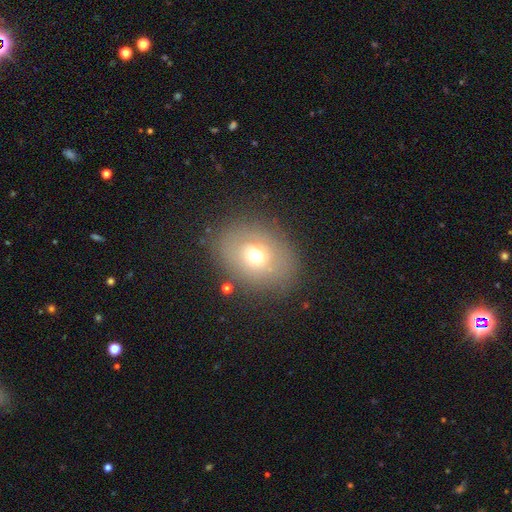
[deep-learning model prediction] smooth_or_featured: smooth (p=0.63) [alt: featured or disk p=0.24]
how_rounded: in between (p=0.59) [alt: round p=0.40]
merging: none (p=0.80) [alt: minor disturbance p=0.13]